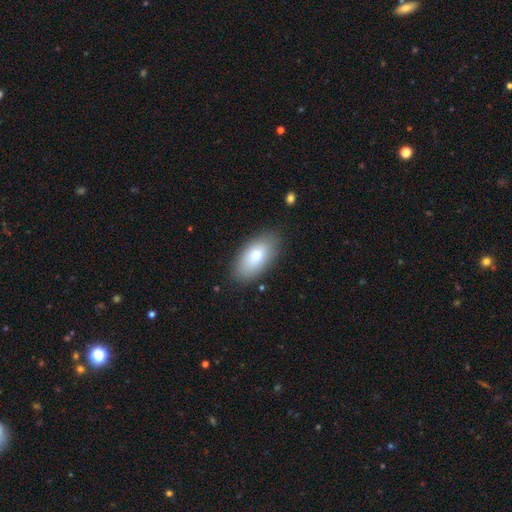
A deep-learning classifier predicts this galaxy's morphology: This is likely a smooth galaxy (75%). How rounded: clearly in between (93%). Merging: clearly none (85%).